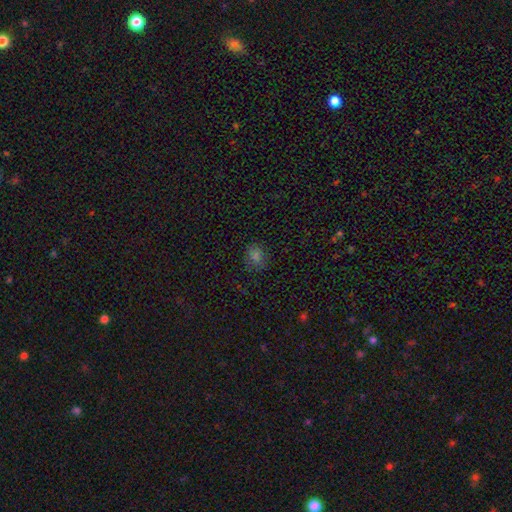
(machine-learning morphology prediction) smooth-or-featured: smooth: 67% | star or artifact: 25% | featured or disk: 8%
  how-rounded: round: 65% | in between: 34% | cigar-shaped: 1%
  merging: none: 80% | minor disturbance: 14% | major disturbance: 4% | merger: 1%